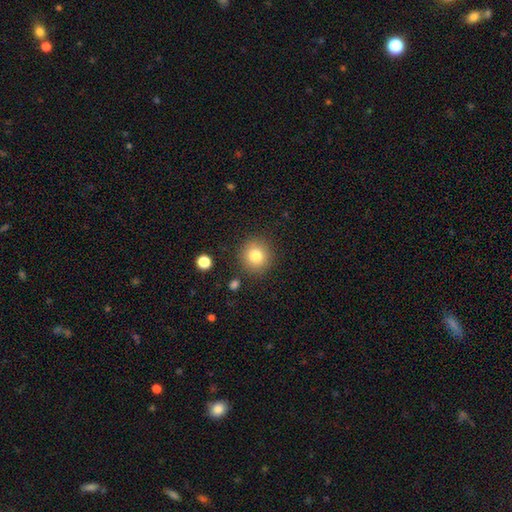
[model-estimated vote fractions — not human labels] smooth-or-featured: smooth: 82% | star or artifact: 10% | featured or disk: 8%
  how-rounded: round: 91% | in between: 8% | cigar-shaped: 1%
  merging: none: 87% | minor disturbance: 8% | major disturbance: 3% | merger: 2%